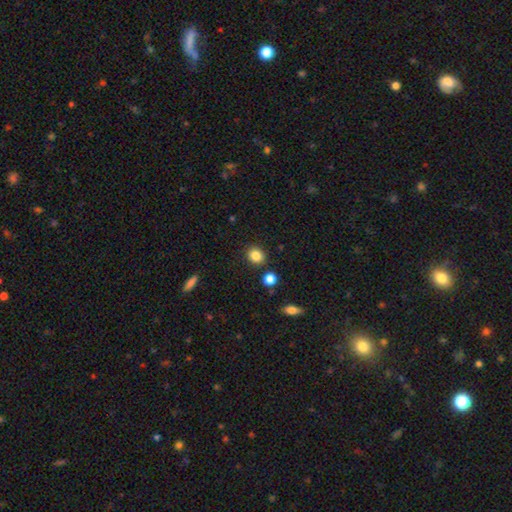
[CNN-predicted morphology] smooth 85%, star or artifact 10%, featured or disk 5%. Down the decision tree: how rounded — round (74%); merging — none (86%).